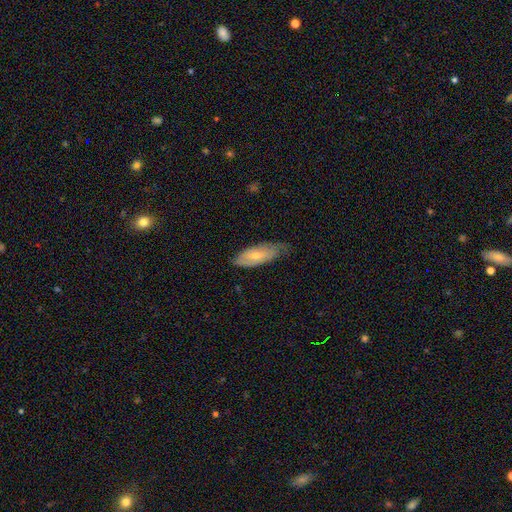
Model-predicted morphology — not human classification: smooth 55%, featured or disk 39%, star or artifact 6%. Down the decision tree: how rounded — in between (78%); merging — none (51%).